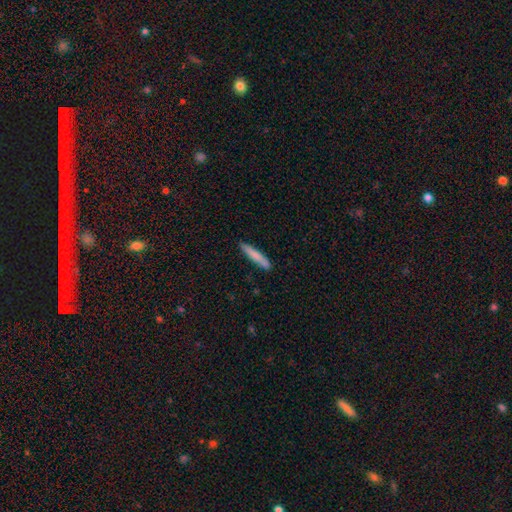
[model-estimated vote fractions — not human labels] Smooth or featured? smooth (78%)
How rounded? cigar-shaped (92%)
Merging? none (82%)